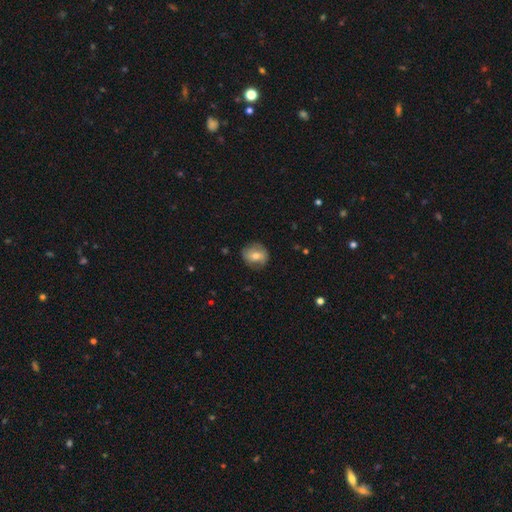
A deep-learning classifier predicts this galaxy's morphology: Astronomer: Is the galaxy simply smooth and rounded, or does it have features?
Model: smooth — 59%.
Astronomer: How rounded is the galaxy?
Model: round — 72%.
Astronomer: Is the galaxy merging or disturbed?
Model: none — 76%.